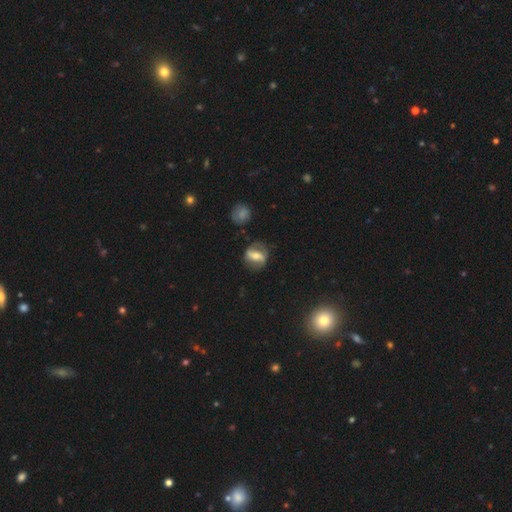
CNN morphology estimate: Smooth or featured? featured or disk (58%)
Edge-on disk? no (86%)
Merging? none (70%)